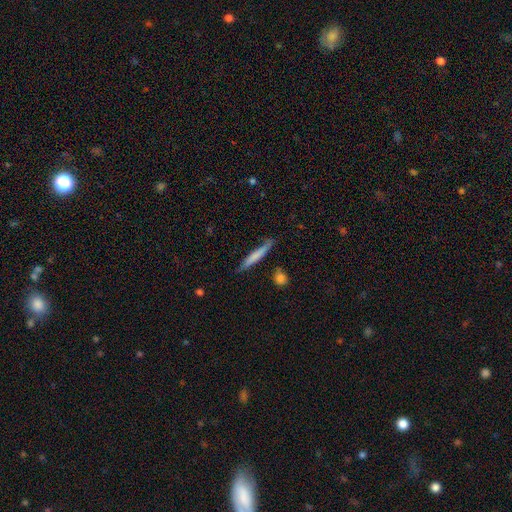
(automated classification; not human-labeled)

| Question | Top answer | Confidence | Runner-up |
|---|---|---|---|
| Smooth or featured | smooth | 65% | featured or disk (30%) |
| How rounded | cigar-shaped | 94% | in between (4%) |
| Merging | none | 74% | minor disturbance (19%) |